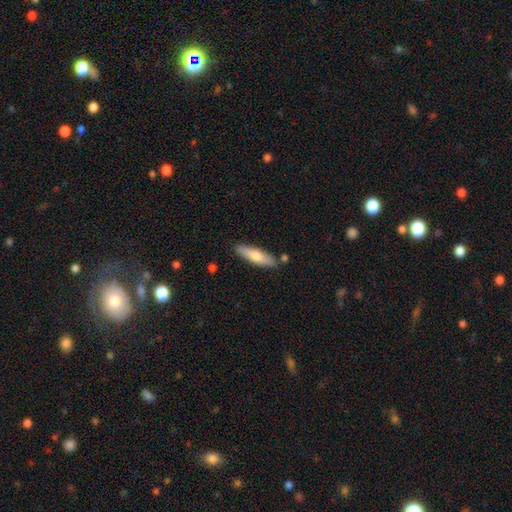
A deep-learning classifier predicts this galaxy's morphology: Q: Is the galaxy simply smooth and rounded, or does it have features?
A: smooth — 72%.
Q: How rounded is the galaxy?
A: cigar-shaped — 63%.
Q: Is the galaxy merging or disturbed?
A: none — 83%.